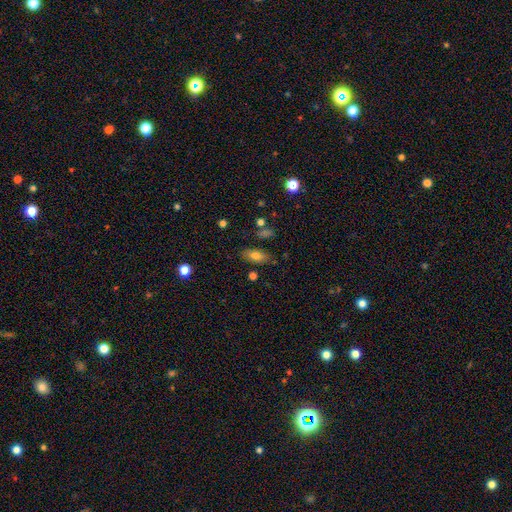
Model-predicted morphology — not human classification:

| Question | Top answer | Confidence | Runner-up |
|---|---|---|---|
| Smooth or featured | smooth | 75% | featured or disk (15%) |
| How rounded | in between | 84% | cigar-shaped (11%) |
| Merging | none | 81% | minor disturbance (12%) |